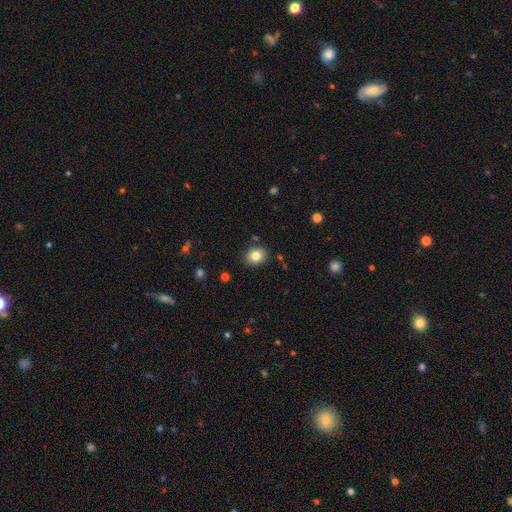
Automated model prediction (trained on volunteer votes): A smooth galaxy with no disk features (82%) that is round (59%). Merging: none (87%).